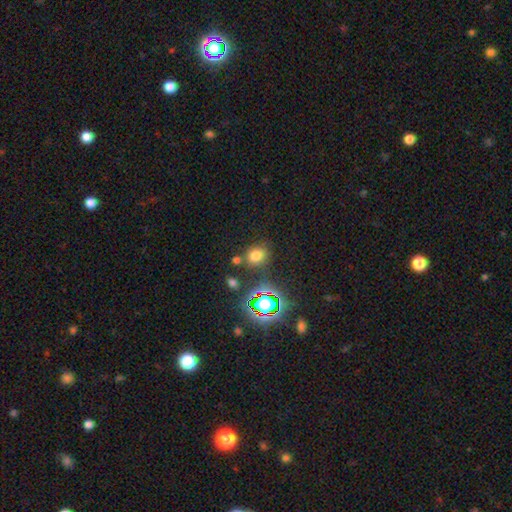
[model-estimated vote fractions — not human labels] Smooth or featured?
  - smooth: 69% *
  - star or artifact: 24%
  - featured or disk: 7%
How rounded?
  - round: 55% *
  - in between: 44%
  - cigar-shaped: 1%
Merging?
  - none: 75% *
  - minor disturbance: 12%
  - merger: 8%
  - major disturbance: 5%